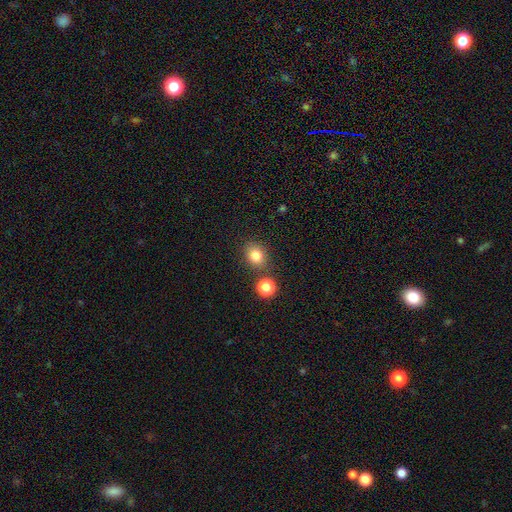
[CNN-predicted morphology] A smooth galaxy with no disk features (81%) that is round (67%).

Vote fractions:
- Smooth or featured? smooth: 81% / star or artifact: 13% / featured or disk: 6%
- How rounded? round: 67% / in between: 32% / cigar-shaped: 1%
- Merging? none: 79% / minor disturbance: 10% / merger: 8% / major disturbance: 3%